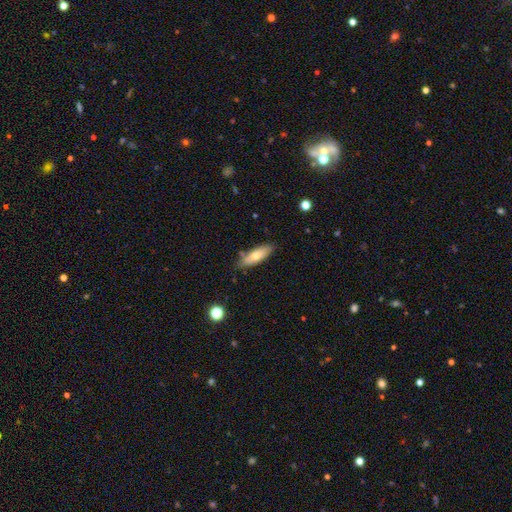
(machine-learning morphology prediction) Smooth or featured? Predicted: smooth (p=0.68). How rounded? Predicted: in between (p=0.54). Merging? Predicted: none (p=0.79).